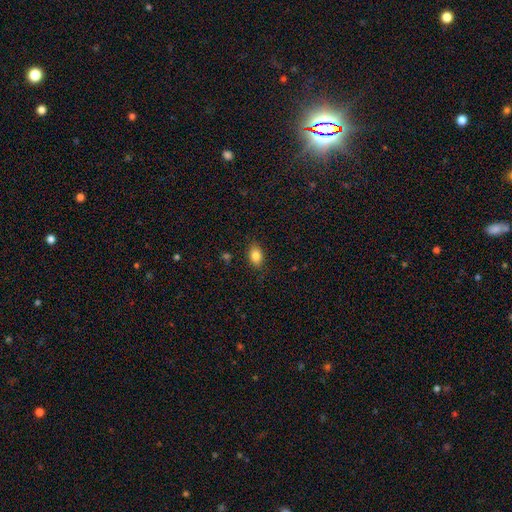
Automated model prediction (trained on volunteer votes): Morphology: type=smooth (84%); roundness=in between (83%); merging=none (86%).